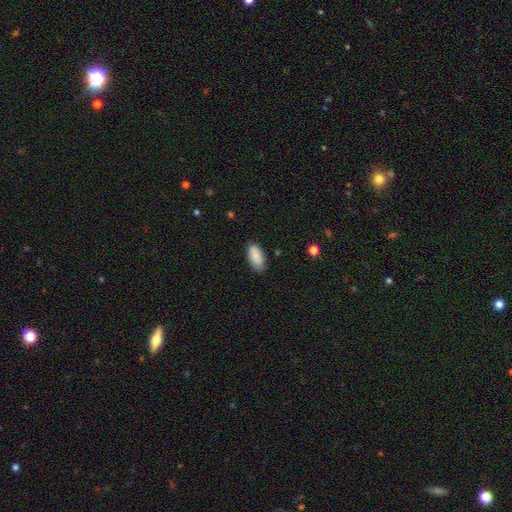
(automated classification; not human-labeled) Smooth or featured? Predicted: smooth (p=0.86). How rounded? Predicted: in between (p=0.92). Merging? Predicted: none (p=0.82).